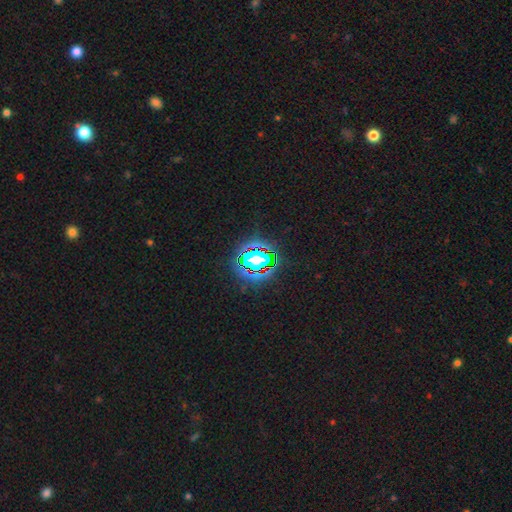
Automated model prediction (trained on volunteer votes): This is clearly a star or artifact rather than a galaxy (80%).